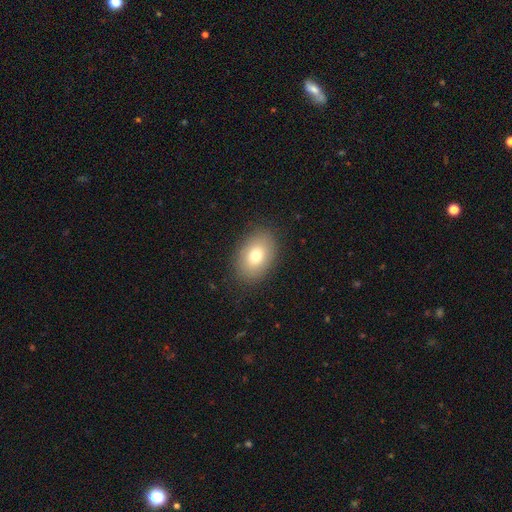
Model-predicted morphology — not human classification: Smooth or featured: smooth — 76% (featured or disk — 14%)
How rounded: in between — 81% (round — 18%)
Merging: none — 86% (minor disturbance — 9%)